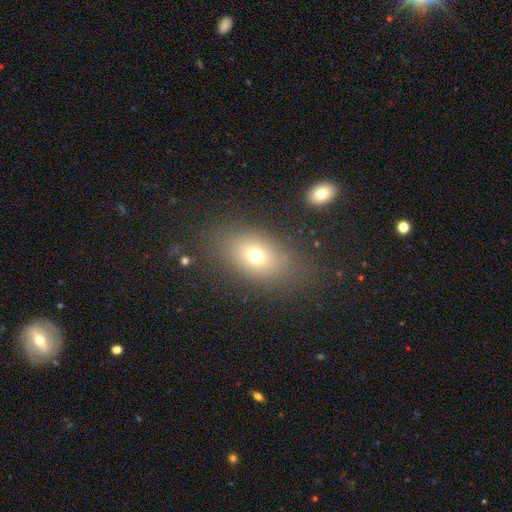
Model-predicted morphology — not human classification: This appears to be a smooth galaxy with no disk features (70%) that is in between round and cigar-shaped (75%). Merging: none (77%).